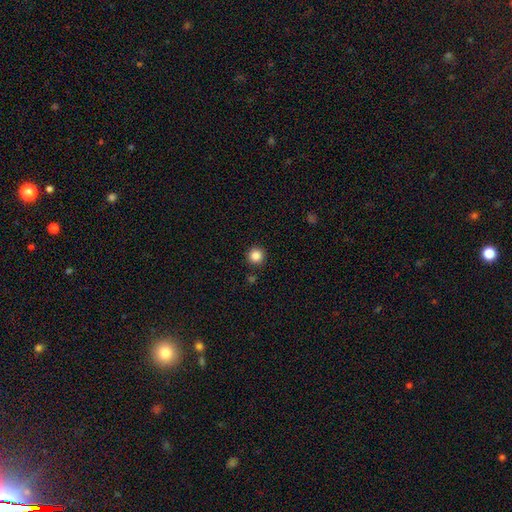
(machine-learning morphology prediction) The model was most divided on "smooth or featured": smooth: 86%, star or artifact: 11%, featured or disk: 4%. More confident: how rounded — round (96%); merging — none (91%).